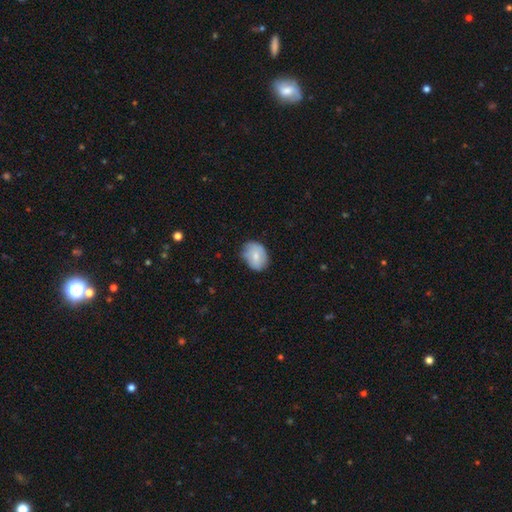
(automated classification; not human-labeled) smooth 73%, featured or disk 20%, star or artifact 7%. Down the decision tree: how rounded — in between (63%); merging — none (62%).